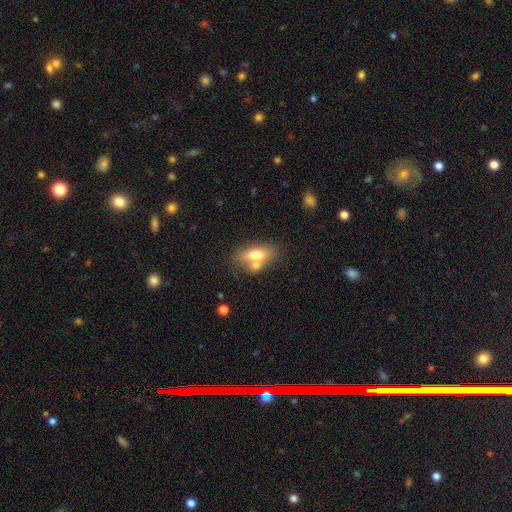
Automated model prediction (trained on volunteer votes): Overall: smooth (69%). How rounded: in between (82%). Merging: none (47%; merger 33%).